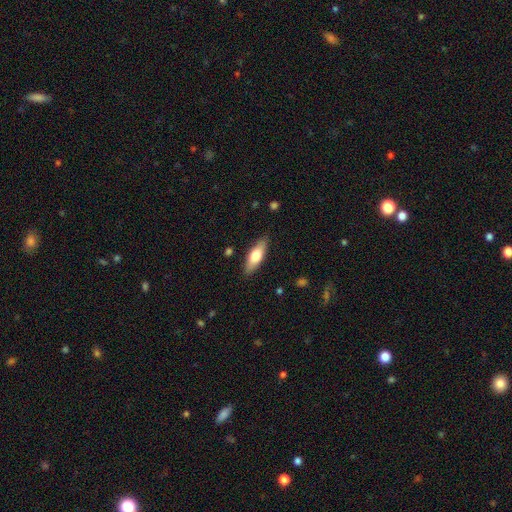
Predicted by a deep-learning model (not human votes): This is likely a smooth galaxy (65%). How rounded: possibly in between (58%). Merging: clearly none (87%).